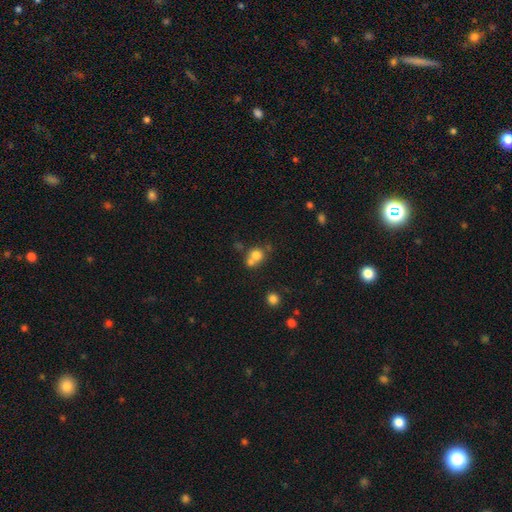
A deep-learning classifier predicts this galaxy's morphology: Smooth or featured: smooth — 74% (featured or disk — 13%)
How rounded: round — 78% (in between — 21%)
Merging: merger — 48% (none — 39%)